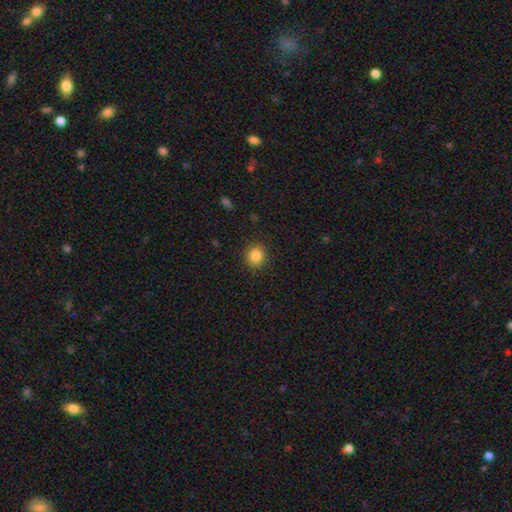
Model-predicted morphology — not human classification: Overall: smooth (85%). How rounded: round (82%). Merging: none (90%).